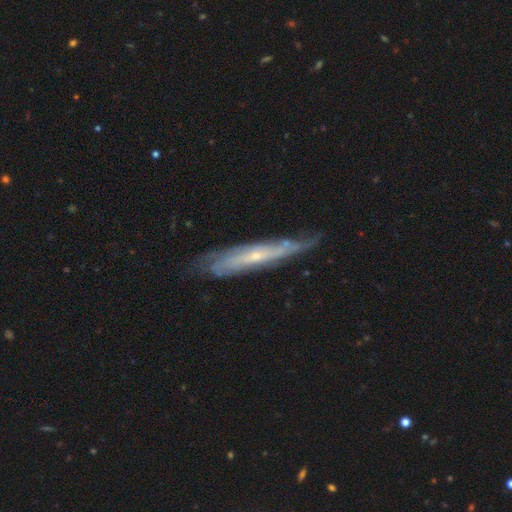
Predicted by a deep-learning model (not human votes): The model was most divided on "edge-on disk": yes: 52%, no: 48%. More confident: smooth or featured — featured or disk (79%); merging — none (70%).